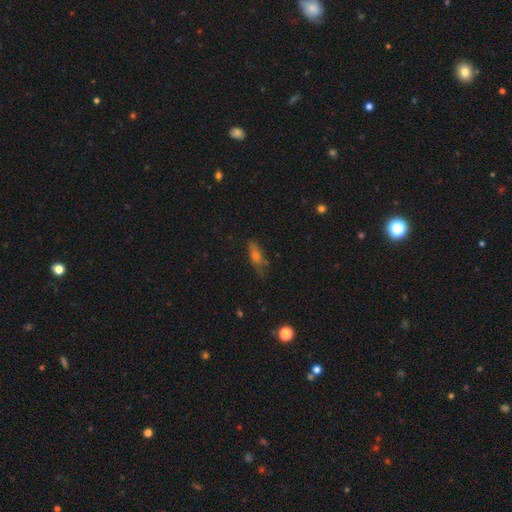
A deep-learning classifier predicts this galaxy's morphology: smooth-or-featured: smooth: 47% | featured or disk: 35% | star or artifact: 18%
  merging: none: 68% | minor disturbance: 22% | major disturbance: 8% | merger: 2%